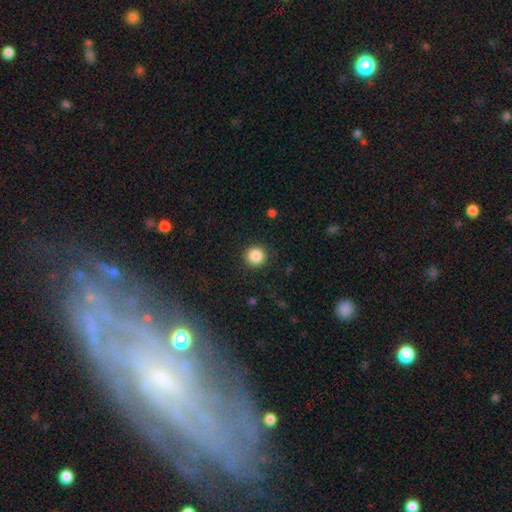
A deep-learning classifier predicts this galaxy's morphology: Overall: smooth (87%). How rounded: round (94%). Merging: none (91%).